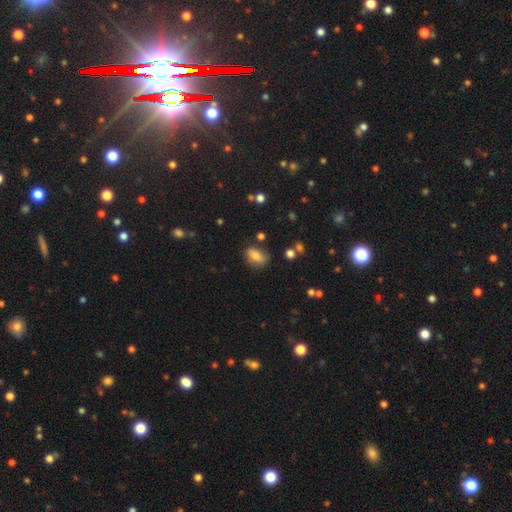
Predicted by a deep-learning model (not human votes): The model was most divided on "merging": none: 69%, minor disturbance: 21%, major disturbance: 6%, merger: 4%. More confident: how rounded — in between (82%); smooth or featured — smooth (72%).